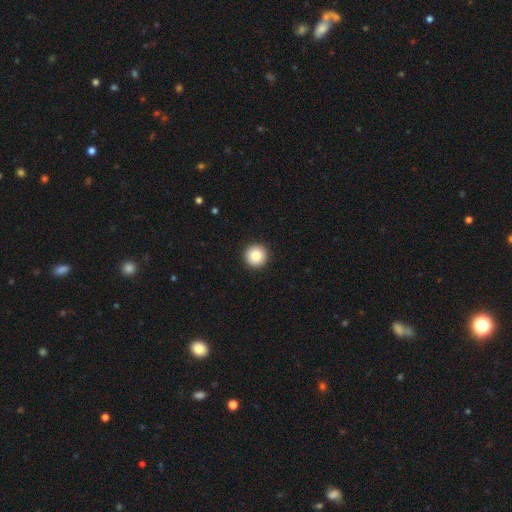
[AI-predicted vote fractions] Smooth or featured? smooth (84%)
How rounded? round (97%)
Merging? none (94%)